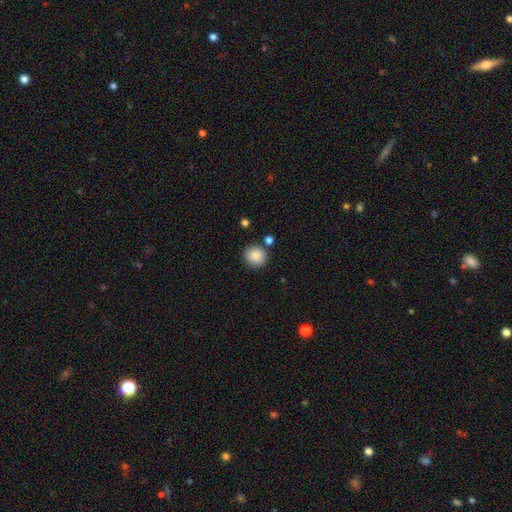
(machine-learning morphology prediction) Smooth or featured?
  - smooth: 86% *
  - star or artifact: 8%
  - featured or disk: 6%
How rounded?
  - round: 92% *
  - in between: 7%
  - cigar-shaped: 1%
Merging?
  - none: 83% *
  - minor disturbance: 9%
  - merger: 6%
  - major disturbance: 2%